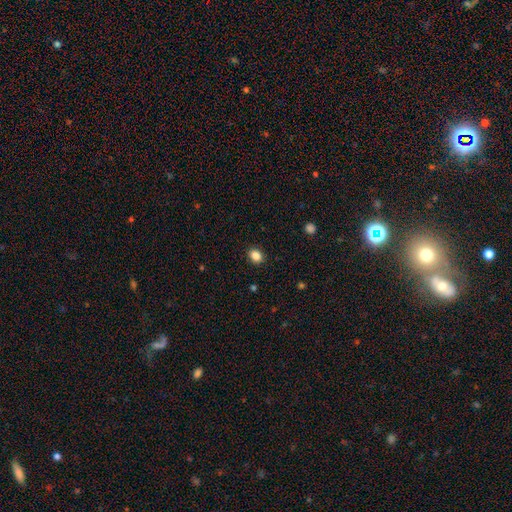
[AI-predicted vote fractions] A smooth galaxy with no disk features (85%) that is round (51%).

Vote fractions:
- Smooth or featured? smooth: 85% / star or artifact: 11% / featured or disk: 4%
- How rounded? round: 51% / in between: 48% / cigar-shaped: 1%
- Merging? none: 90% / minor disturbance: 7% / major disturbance: 2% / merger: 1%